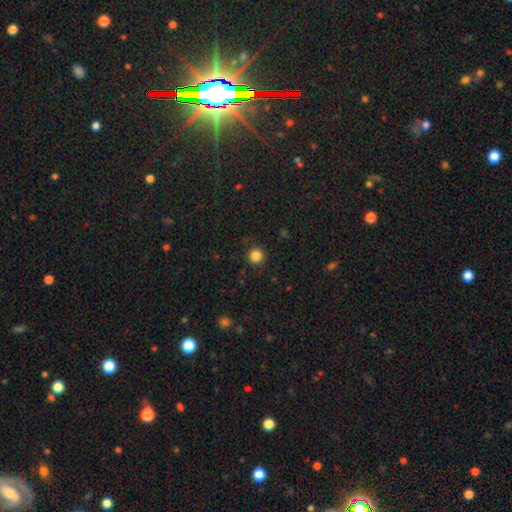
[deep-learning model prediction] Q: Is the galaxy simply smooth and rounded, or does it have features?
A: smooth — 84%.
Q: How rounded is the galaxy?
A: round — 95%.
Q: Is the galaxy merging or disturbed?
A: none — 90%.